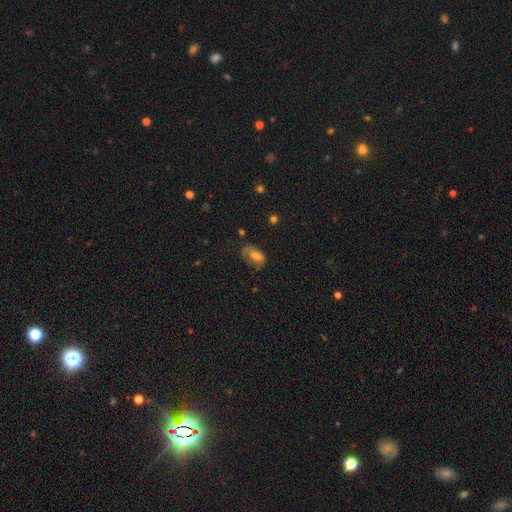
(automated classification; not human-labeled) Smooth or featured? smooth (61%)
How rounded? in between (88%)
Merging? none (48%)